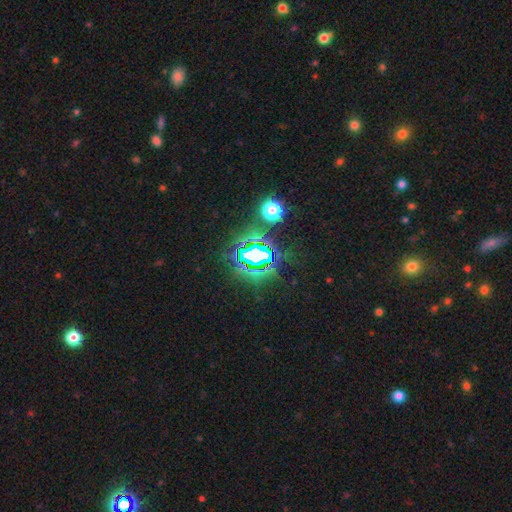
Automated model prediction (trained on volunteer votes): The model was most divided on "smooth or featured": star or artifact: 77%, smooth: 13%, featured or disk: 11%.